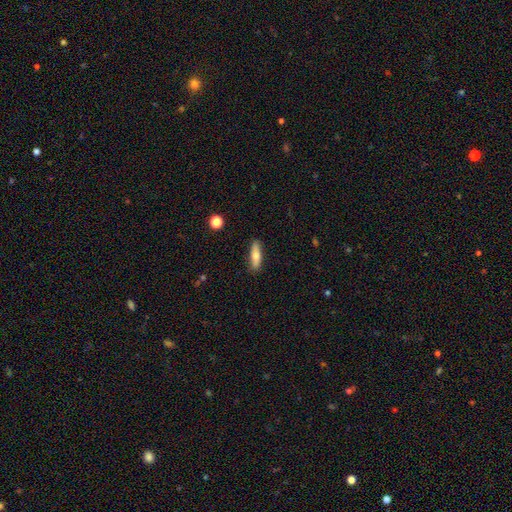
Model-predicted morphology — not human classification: smooth 66%, featured or disk 28%, star or artifact 7%. Down the decision tree: how rounded — cigar-shaped (62%); merging — none (87%).